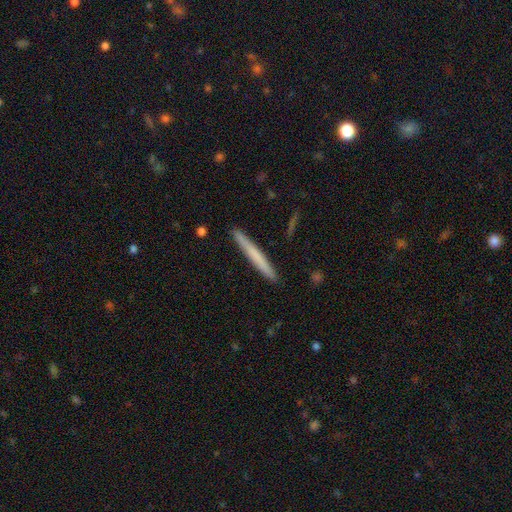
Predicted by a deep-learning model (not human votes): Smooth or featured? Predicted: smooth (p=0.64). How rounded? Predicted: cigar-shaped (p=0.97). Merging? Predicted: none (p=0.92).